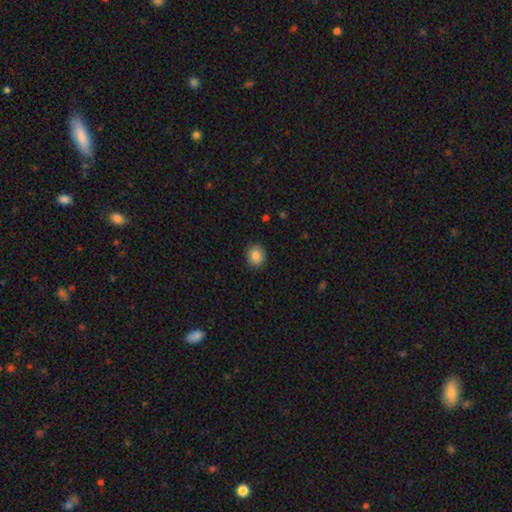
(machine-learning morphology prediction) Smooth or featured?
  - smooth: 86% *
  - star or artifact: 8%
  - featured or disk: 6%
How rounded?
  - round: 71% *
  - in between: 28%
  - cigar-shaped: 1%
Merging?
  - none: 88% *
  - minor disturbance: 9%
  - major disturbance: 2%
  - merger: 1%